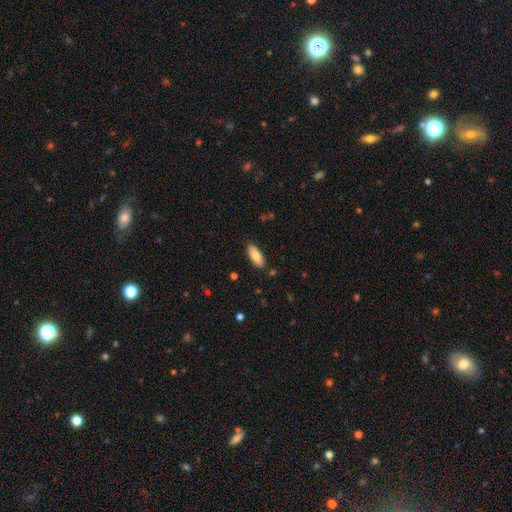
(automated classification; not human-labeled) Smooth or featured? smooth (82%)
How rounded? in between (78%)
Merging? none (87%)